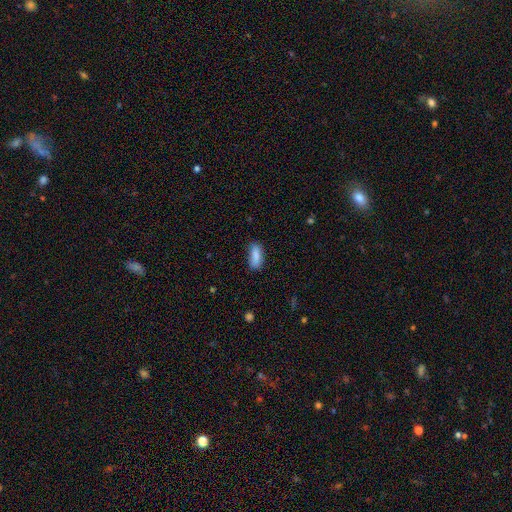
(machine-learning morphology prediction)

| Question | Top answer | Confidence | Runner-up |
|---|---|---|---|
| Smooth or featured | smooth | 87% | star or artifact (7%) |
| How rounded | in between | 71% | cigar-shaped (26%) |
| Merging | none | 78% | minor disturbance (17%) |